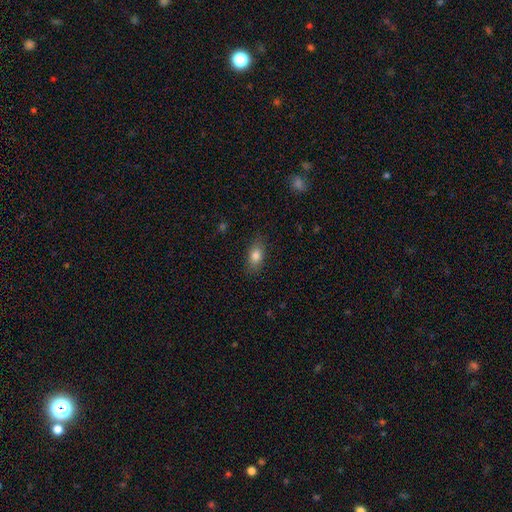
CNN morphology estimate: smooth_or_featured: smooth (p=0.81) [alt: featured or disk p=0.10]
how_rounded: in between (p=0.83) [alt: round p=0.10]
merging: none (p=0.84) [alt: minor disturbance p=0.12]